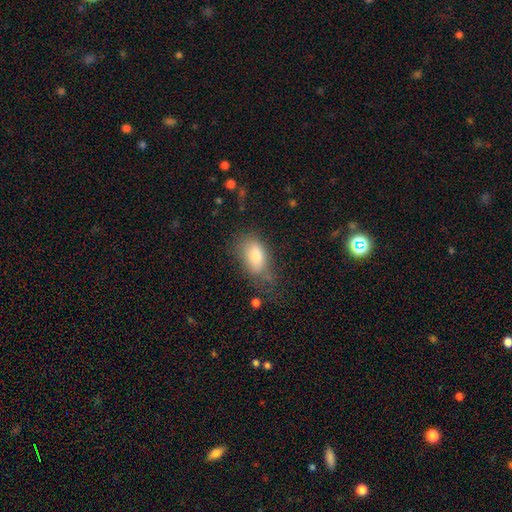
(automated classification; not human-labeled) smooth-or-featured: smooth: 77% | featured or disk: 14% | star or artifact: 9%
  how-rounded: in between: 88% | round: 9% | cigar-shaped: 3%
  merging: none: 50% | minor disturbance: 29% | major disturbance: 17% | merger: 3%